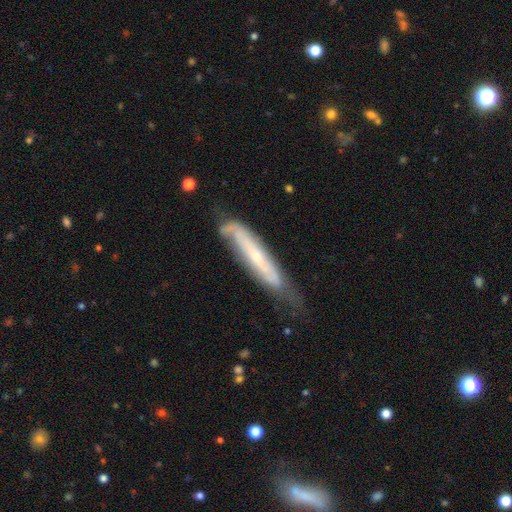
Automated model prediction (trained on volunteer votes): featured or disk 65%, smooth 29%, star or artifact 6%. Down the decision tree: edge-on disk — no (50%, tied with yes); merging — none (50%).